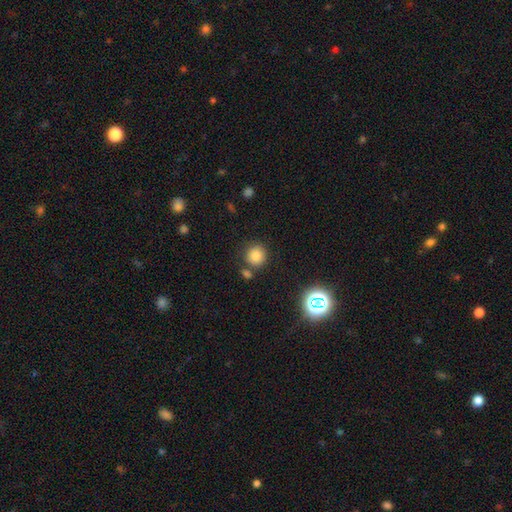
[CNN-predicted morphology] Smooth or featured?
  - smooth: 80% *
  - star or artifact: 13%
  - featured or disk: 7%
How rounded?
  - round: 90% *
  - in between: 9%
  - cigar-shaped: 1%
Merging?
  - none: 76% *
  - merger: 11%
  - minor disturbance: 10%
  - major disturbance: 3%